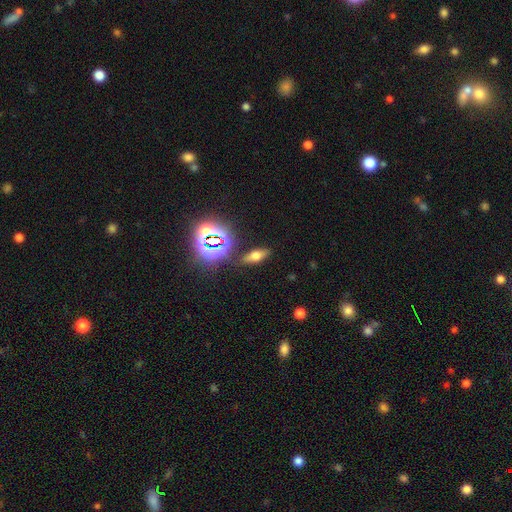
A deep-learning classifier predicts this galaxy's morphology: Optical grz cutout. It shows a smooth galaxy with no disk features (49%). Merging: none (85%).